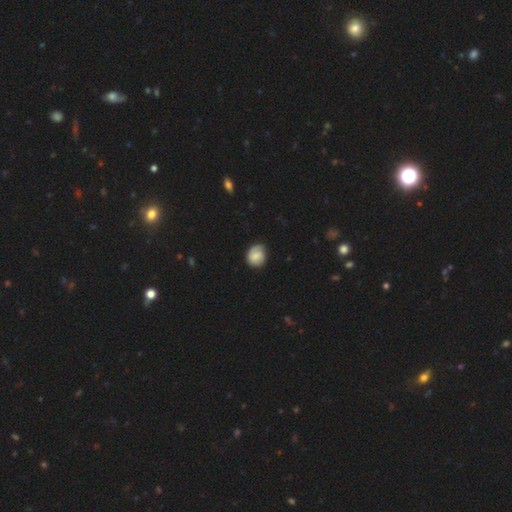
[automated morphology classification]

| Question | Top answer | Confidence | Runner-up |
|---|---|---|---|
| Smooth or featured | smooth | 64% | featured or disk (29%) |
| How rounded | round | 71% | in between (28%) |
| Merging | none | 67% | minor disturbance (26%) |